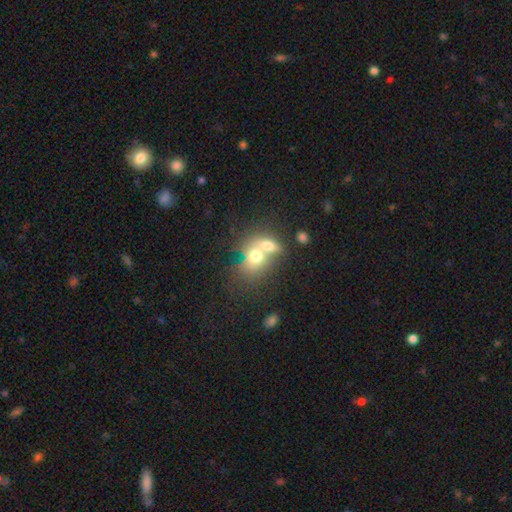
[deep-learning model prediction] Smooth or featured?
  - smooth: 67% *
  - featured or disk: 23%
  - star or artifact: 10%
How rounded?
  - in between: 53% *
  - round: 45%
  - cigar-shaped: 2%
Merging?
  - merger: 68% *
  - none: 19%
  - minor disturbance: 7%
  - major disturbance: 5%